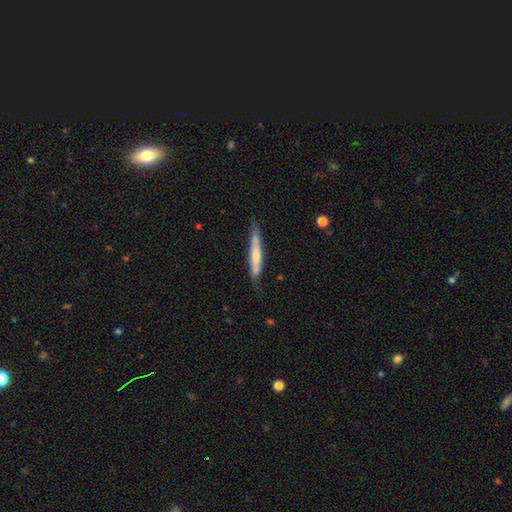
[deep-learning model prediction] smooth-or-featured: smooth: 56% | featured or disk: 39% | star or artifact: 5%
  how-rounded: cigar-shaped: 95% | in between: 4% | round: 1%
  merging: none: 76% | minor disturbance: 19% | major disturbance: 3% | merger: 2%